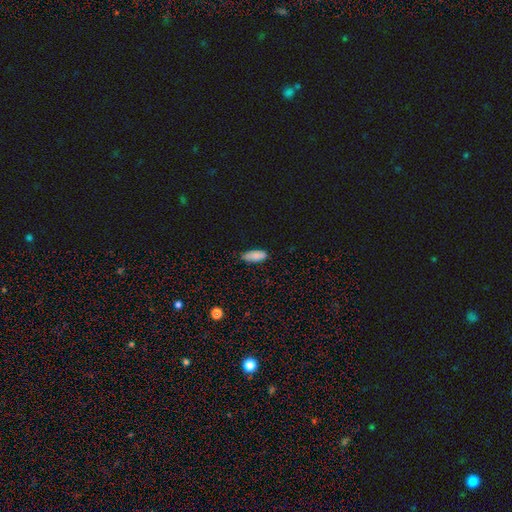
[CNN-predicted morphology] Q: Smooth or featured?
A: smooth (85%); runner-up: star or artifact (8%)
Q: How rounded?
A: in between (83%); runner-up: cigar-shaped (15%)
Q: Merging?
A: none (73%); runner-up: minor disturbance (22%)